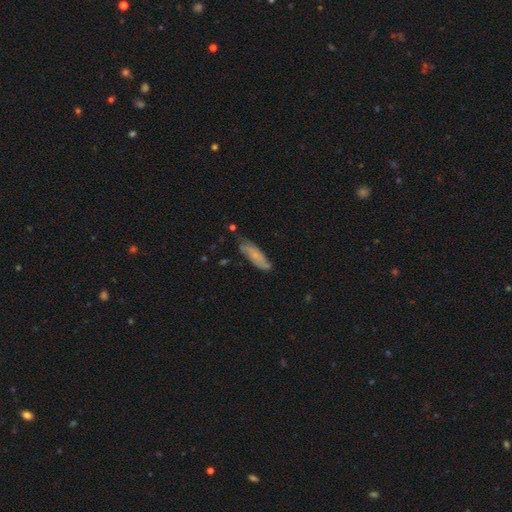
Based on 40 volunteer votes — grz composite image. It shows a featured or disk galaxy (60%) with no bar (76%), tight (50%) spiral arms (86%) and a small central bulge (90%). Merging: none (62%).